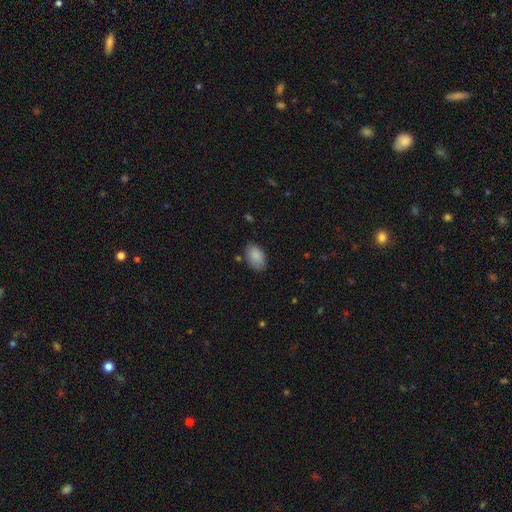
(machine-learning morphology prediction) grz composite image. It shows a smooth galaxy with no disk features (89%) that is in between round and cigar-shaped (91%). Merging: none (79%).